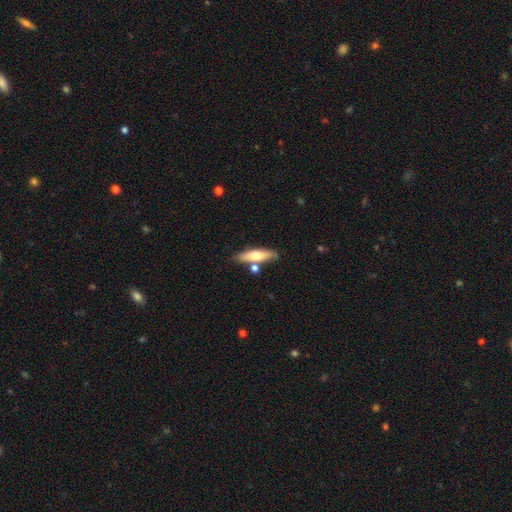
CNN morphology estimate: Smooth or featured?
  - smooth: 62% *
  - featured or disk: 32%
  - star or artifact: 6%
How rounded?
  - cigar-shaped: 61% *
  - in between: 36%
  - round: 3%
Merging?
  - none: 72% *
  - merger: 13%
  - minor disturbance: 12%
  - major disturbance: 3%